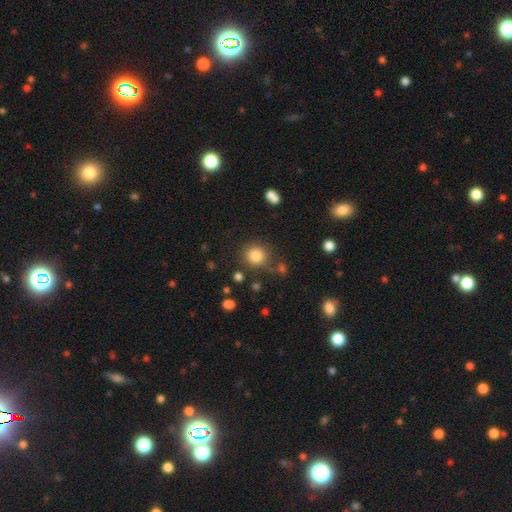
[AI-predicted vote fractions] Smooth or featured?
  - smooth: 83% *
  - star or artifact: 11%
  - featured or disk: 6%
How rounded?
  - round: 90% *
  - in between: 9%
  - cigar-shaped: 1%
Merging?
  - none: 78% *
  - minor disturbance: 11%
  - merger: 7%
  - major disturbance: 5%